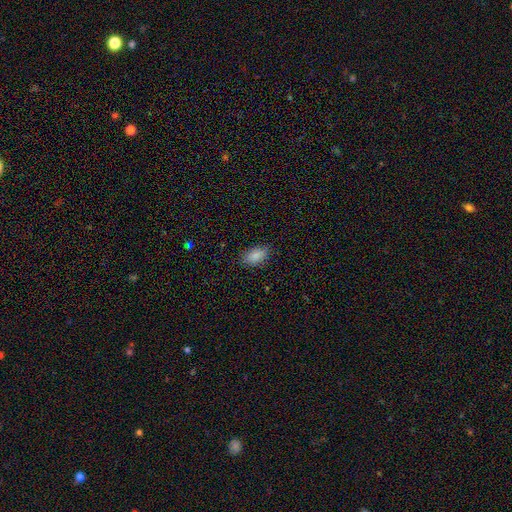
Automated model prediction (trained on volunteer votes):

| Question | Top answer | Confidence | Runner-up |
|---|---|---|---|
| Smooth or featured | smooth | 86% | star or artifact (8%) |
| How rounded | in between | 91% | round (6%) |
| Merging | none | 81% | minor disturbance (15%) |